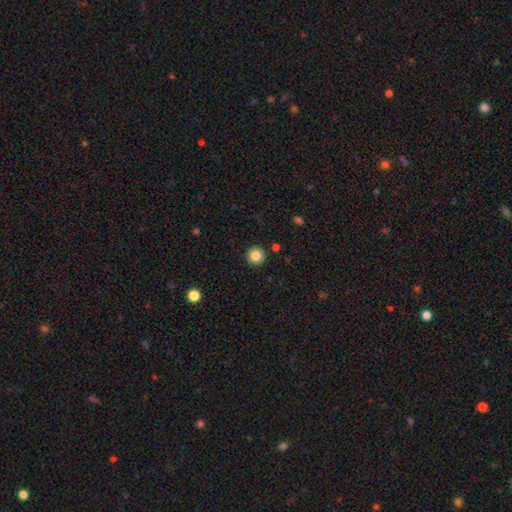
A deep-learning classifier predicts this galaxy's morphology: Smooth or featured?
  - smooth: 84% *
  - star or artifact: 10%
  - featured or disk: 5%
How rounded?
  - round: 96% *
  - in between: 3%
  - cigar-shaped: 1%
Merging?
  - none: 92% *
  - minor disturbance: 5%
  - major disturbance: 2%
  - merger: 1%